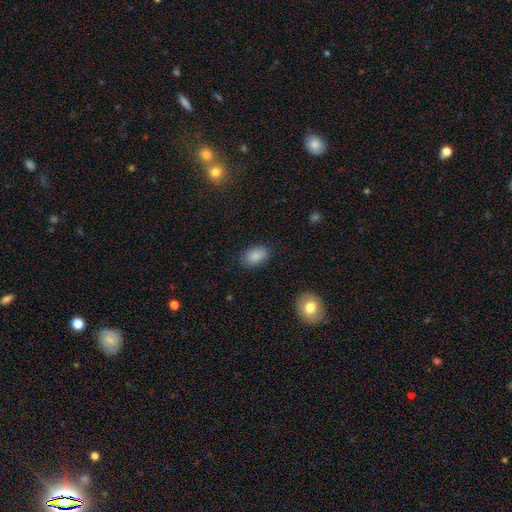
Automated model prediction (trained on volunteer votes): Smooth or featured? Predicted: smooth (p=0.87). How rounded? Predicted: in between (p=0.88). Merging? Predicted: none (p=0.84).